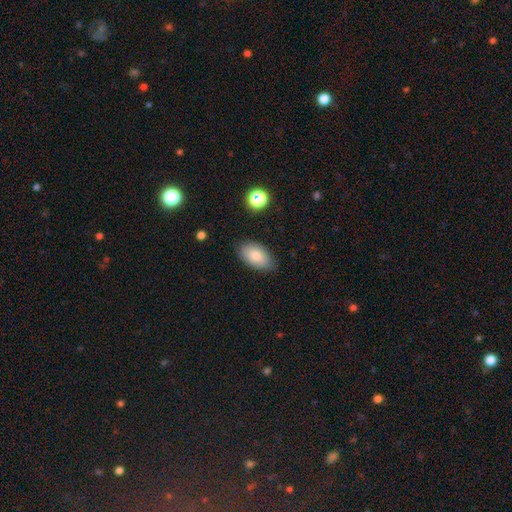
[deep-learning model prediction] The model was most divided on "merging": none: 83%, minor disturbance: 13%, major disturbance: 3%, merger: 2%. More confident: how rounded — in between (93%); smooth or featured — smooth (82%).